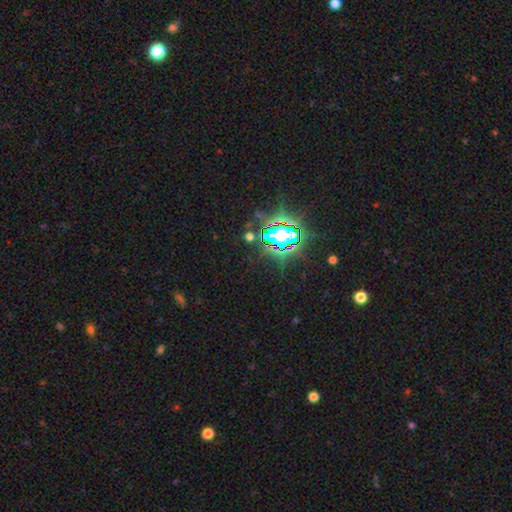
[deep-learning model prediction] This is clearly a star or artifact rather than a galaxy (82%).